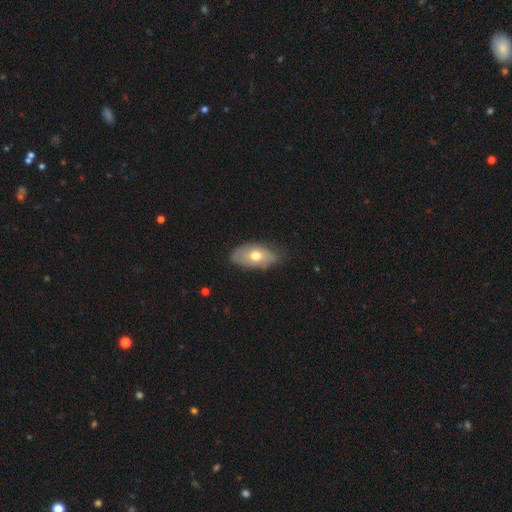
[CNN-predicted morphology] Smooth or featured?
  - smooth: 61% *
  - featured or disk: 32%
  - star or artifact: 7%
How rounded?
  - in between: 91% *
  - round: 6%
  - cigar-shaped: 3%
Merging?
  - none: 67% *
  - minor disturbance: 27%
  - major disturbance: 5%
  - merger: 1%